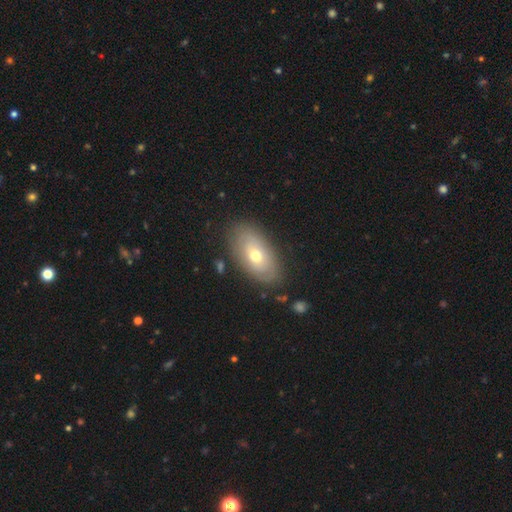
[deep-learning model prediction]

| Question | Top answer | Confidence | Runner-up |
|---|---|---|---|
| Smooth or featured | smooth | 49% | featured or disk (44%) |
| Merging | none | 80% | minor disturbance (14%) |